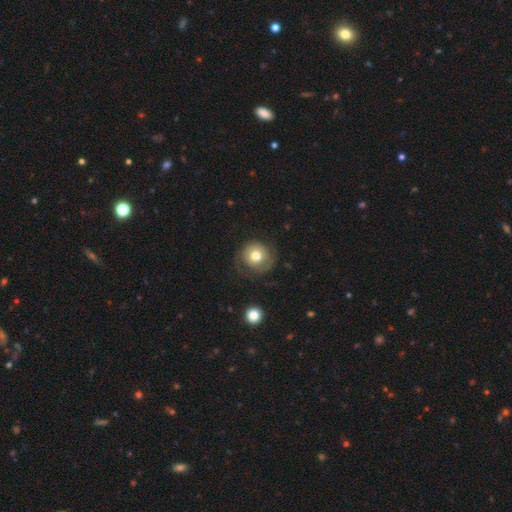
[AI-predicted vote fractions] Smooth or featured: smooth — 62% (featured or disk — 31%)
How rounded: round — 86% (in between — 14%)
Merging: none — 57% (minor disturbance — 23%)